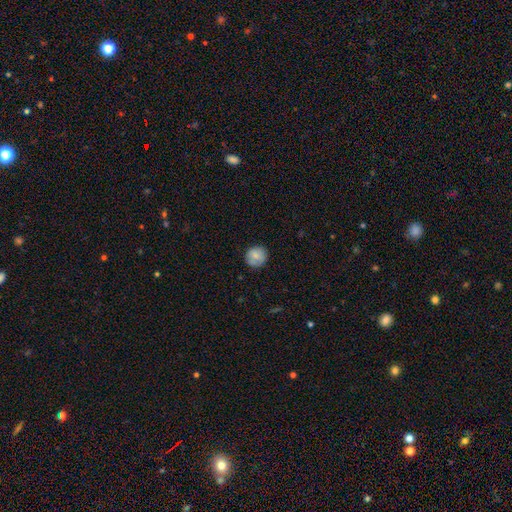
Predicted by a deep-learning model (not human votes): smooth_or_featured: smooth (p=0.80) [alt: featured or disk p=0.12]
how_rounded: round (p=0.90) [alt: in between p=0.09]
merging: none (p=0.84) [alt: minor disturbance p=0.13]